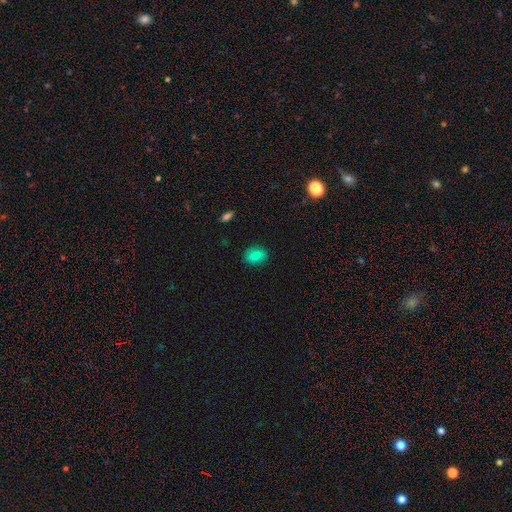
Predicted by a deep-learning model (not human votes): smooth-or-featured: smooth: 77% | featured or disk: 13% | star or artifact: 10%
  how-rounded: in between: 51% | round: 47% | cigar-shaped: 1%
  merging: none: 86% | minor disturbance: 11% | major disturbance: 2% | merger: 1%